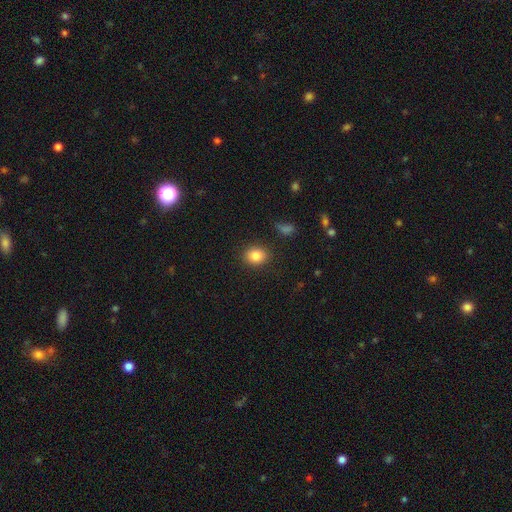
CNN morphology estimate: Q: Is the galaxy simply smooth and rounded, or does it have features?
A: smooth — 84%.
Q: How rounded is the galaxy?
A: round — 54%.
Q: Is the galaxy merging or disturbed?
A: none — 87%.